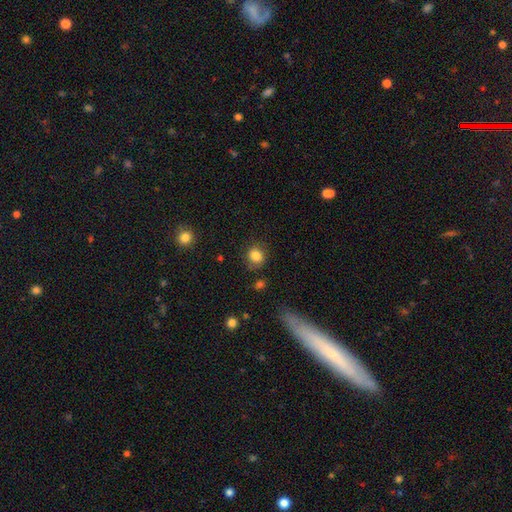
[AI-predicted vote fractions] Smooth or featured? Predicted: smooth (p=0.84). How rounded? Predicted: round (p=0.77). Merging? Predicted: none (p=0.81).